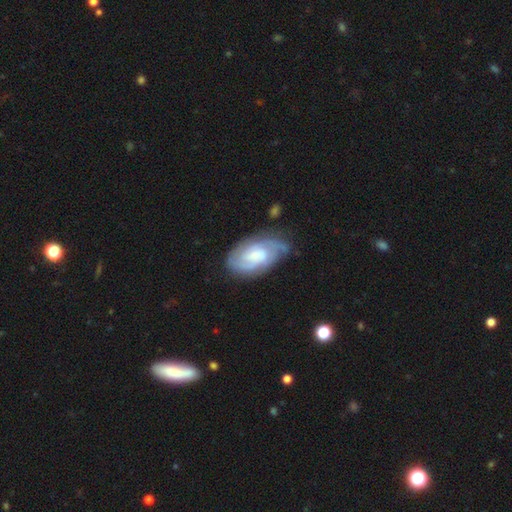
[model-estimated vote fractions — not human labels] smooth-or-featured: featured or disk: 78% | smooth: 16% | star or artifact: 6%
  disk-edge-on: no: 97% | yes: 3%
    bar: no: 52% | weak: 40% | strong: 8%
    has-spiral-arms: yes: 95% | no: 5%
      spiral-winding: tight: 57% | medium: 34% | loose: 9%
      spiral-arm-count: 2: 49% | can't tell: 25% | 3: 15% | 1: 4% | 4: 4% | more than 4: 3%
    bulge-size: small: 46% | moderate: 30% | none: 12% | large: 9% | dominant: 2%
  merging: none: 65% | minor disturbance: 24% | major disturbance: 9% | merger: 2%